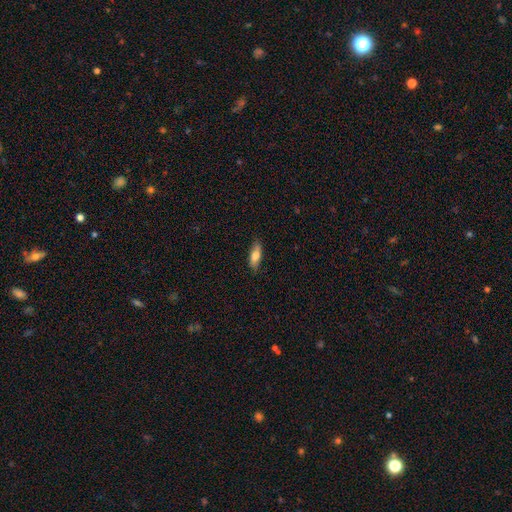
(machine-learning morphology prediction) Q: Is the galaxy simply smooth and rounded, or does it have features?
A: smooth — 74%.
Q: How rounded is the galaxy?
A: in between — 64%.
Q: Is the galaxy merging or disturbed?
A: none — 81%.